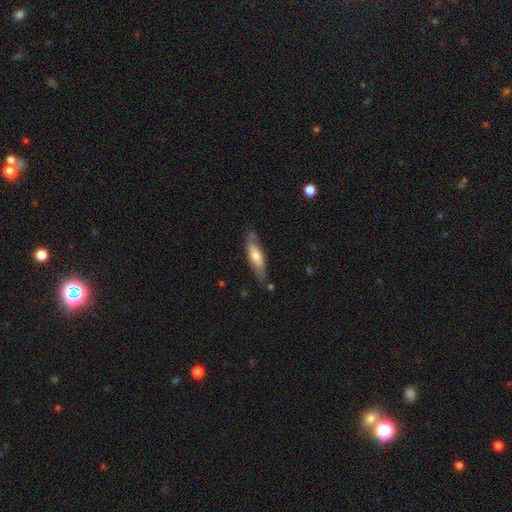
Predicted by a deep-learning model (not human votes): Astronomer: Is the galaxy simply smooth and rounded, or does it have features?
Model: smooth — 57% (runner-up: featured or disk, 38%).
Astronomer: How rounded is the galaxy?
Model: cigar-shaped — 59% (runner-up: in between, 39%).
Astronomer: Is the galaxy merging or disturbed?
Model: none — 65%.